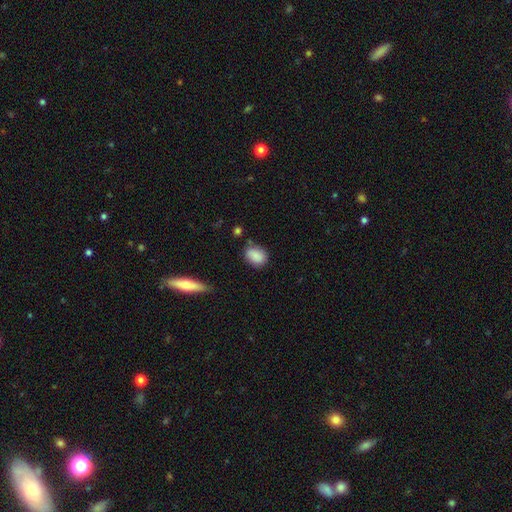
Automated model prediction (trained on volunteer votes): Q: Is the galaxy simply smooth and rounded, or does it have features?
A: smooth — 86%.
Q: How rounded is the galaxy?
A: in between — 69%.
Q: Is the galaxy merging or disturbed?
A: none — 67%.